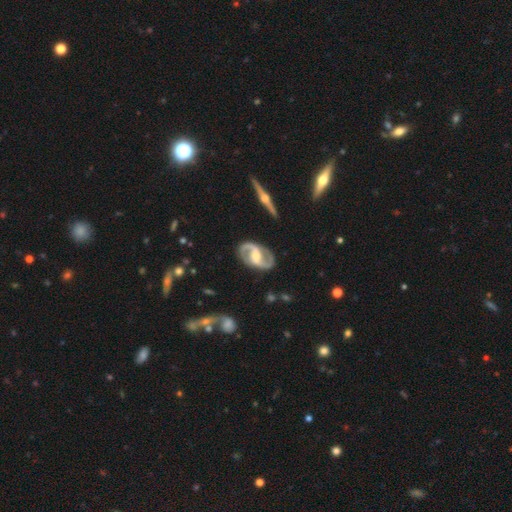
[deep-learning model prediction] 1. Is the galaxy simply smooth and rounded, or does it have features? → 90% featured or disk, 6% smooth, 4% star or artifact.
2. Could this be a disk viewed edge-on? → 96% no, 4% yes.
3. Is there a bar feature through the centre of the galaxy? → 39% strong (tied), 39% weak (tied), 21% no.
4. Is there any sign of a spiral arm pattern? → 96% yes, 4% no.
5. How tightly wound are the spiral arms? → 54% medium, 27% loose, 20% tight.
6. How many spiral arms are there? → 94% 2, 2% can't tell, 1% 1, 1% 3, 1% 4, 1% more than 4.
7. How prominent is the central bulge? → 60% moderate, 26% small, 9% large, 3% none, 1% dominant.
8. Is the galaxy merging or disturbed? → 85% none, 11% minor disturbance, 3% major disturbance, 2% merger.